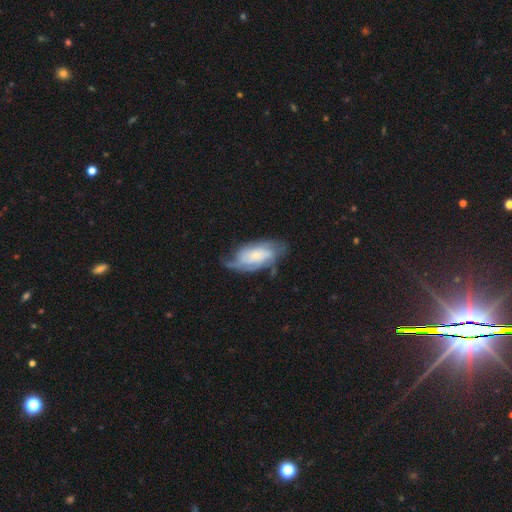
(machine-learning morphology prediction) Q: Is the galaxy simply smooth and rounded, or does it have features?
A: featured or disk — 72%.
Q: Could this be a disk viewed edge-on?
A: no — 94%.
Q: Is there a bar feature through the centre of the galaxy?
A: no — 68%.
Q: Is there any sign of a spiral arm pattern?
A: yes — 91%.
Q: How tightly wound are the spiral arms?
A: tight — 44%.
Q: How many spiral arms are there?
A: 2 — 33%.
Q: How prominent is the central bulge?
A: small — 63%.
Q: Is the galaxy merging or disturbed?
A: none — 57%.